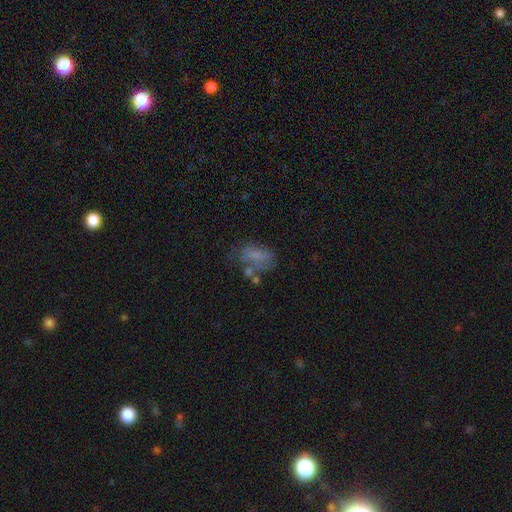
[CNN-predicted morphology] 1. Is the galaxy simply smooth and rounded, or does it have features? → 59% smooth, 28% featured or disk, 14% star or artifact.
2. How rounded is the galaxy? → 82% in between, 14% round, 4% cigar-shaped.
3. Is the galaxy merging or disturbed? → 37% none, 25% major disturbance, 24% minor disturbance, 14% merger.